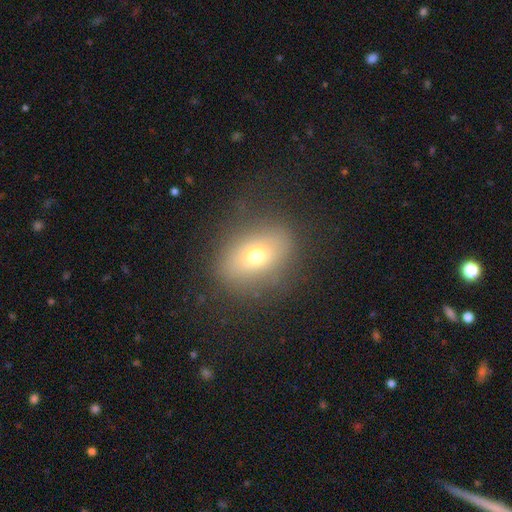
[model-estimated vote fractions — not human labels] Smooth or featured? Predicted: smooth (p=0.63). How rounded? Predicted: in between (p=0.63). Merging? Predicted: none (p=0.74).